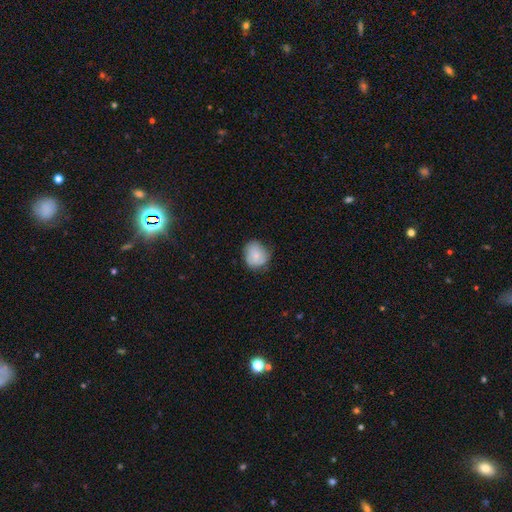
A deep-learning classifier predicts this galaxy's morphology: Q: Smooth or featured?
A: smooth (69%); runner-up: featured or disk (24%)
Q: How rounded?
A: round (72%); runner-up: in between (27%)
Q: Merging?
A: none (66%); runner-up: minor disturbance (27%)